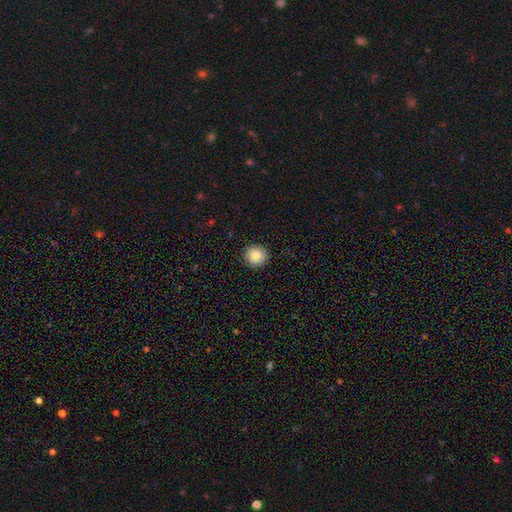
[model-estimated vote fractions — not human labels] This appears to be a smooth galaxy with no disk features (86%) that is round (94%). Merging: none (91%).